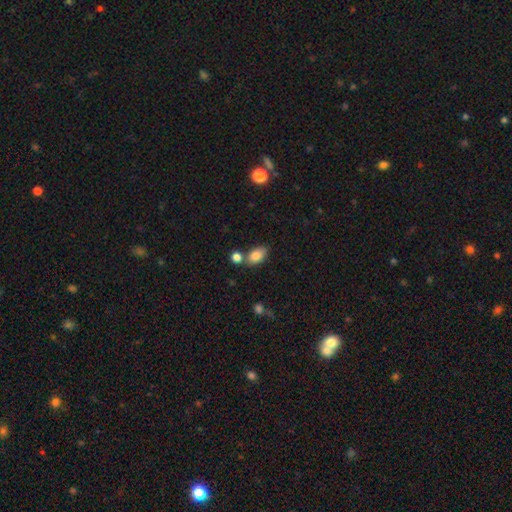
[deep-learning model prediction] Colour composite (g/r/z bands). It shows a smooth galaxy with no disk features (84%) that is in between round and cigar-shaped (88%). Merging: none (58%).